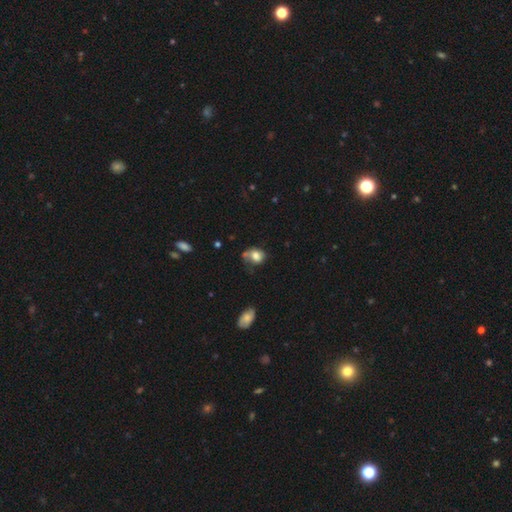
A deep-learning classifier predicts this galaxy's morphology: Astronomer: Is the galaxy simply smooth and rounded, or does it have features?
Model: smooth — 68%.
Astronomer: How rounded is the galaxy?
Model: round — 51% (runner-up: in between, 48%).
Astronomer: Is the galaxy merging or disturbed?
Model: none — 34% (runner-up: minor disturbance, 28%).